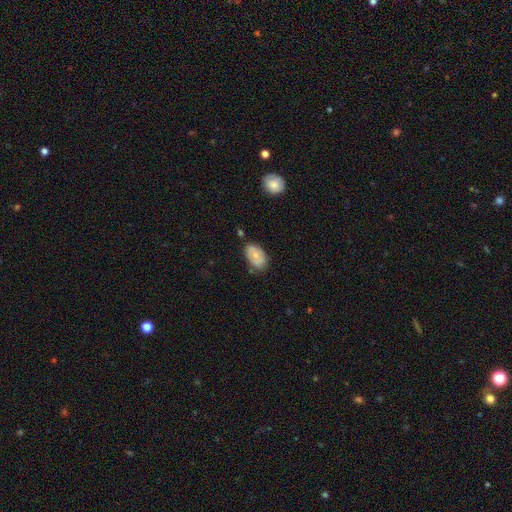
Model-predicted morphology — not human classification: smooth_or_featured: smooth (p=0.68) [alt: featured or disk p=0.24]
how_rounded: in between (p=0.91) [alt: round p=0.07]
merging: none (p=0.69) [alt: minor disturbance p=0.23]